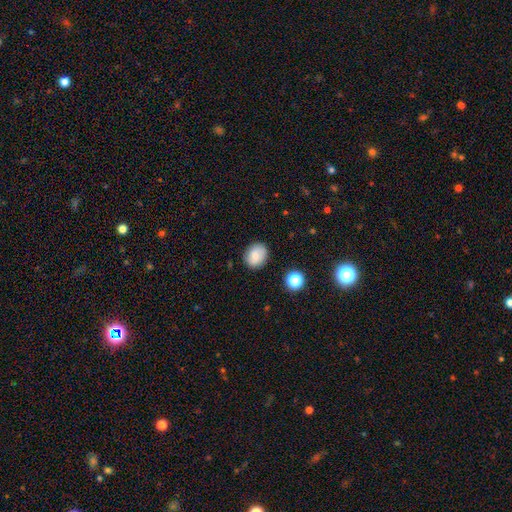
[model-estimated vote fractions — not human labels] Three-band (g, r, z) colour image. It shows a smooth galaxy with no disk features (78%) that is round (52%). Merging: none (84%).